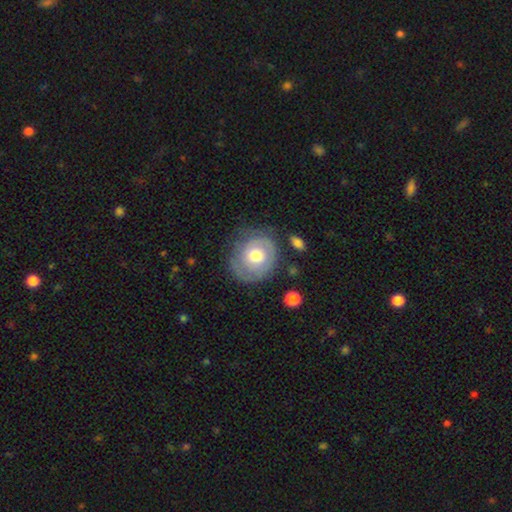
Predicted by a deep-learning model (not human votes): smooth-or-featured: smooth: 48% | featured or disk: 46% | star or artifact: 6%
  merging: none: 63% | minor disturbance: 23% | major disturbance: 12% | merger: 3%